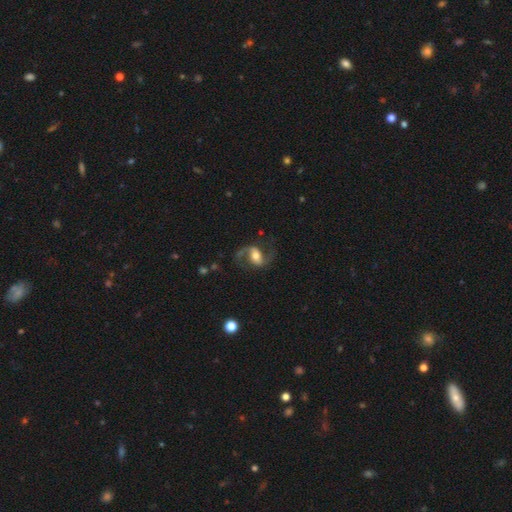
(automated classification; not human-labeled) Morphology: type=featured or disk (84%); edge-on=no (97%); bar=weak (39%); spiral arms=yes (95%); winding=loose (54%); arm count=2 (90%); bulge=moderate (63%); merging=none (71%).